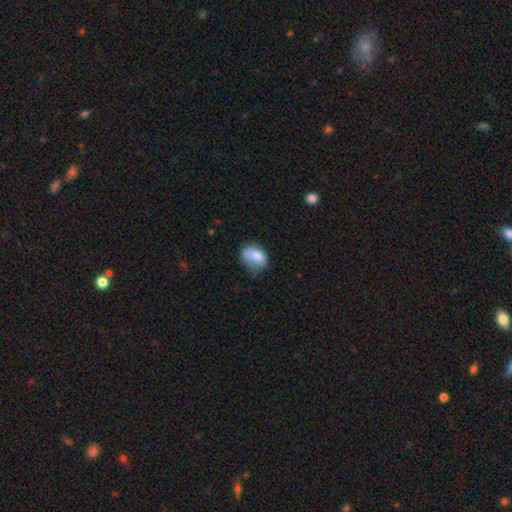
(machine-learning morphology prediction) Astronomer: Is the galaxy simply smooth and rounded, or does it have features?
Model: smooth — 70%.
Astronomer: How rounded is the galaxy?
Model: in between — 77%.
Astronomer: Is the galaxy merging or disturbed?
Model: none — 35% (runner-up: minor disturbance, 33%).